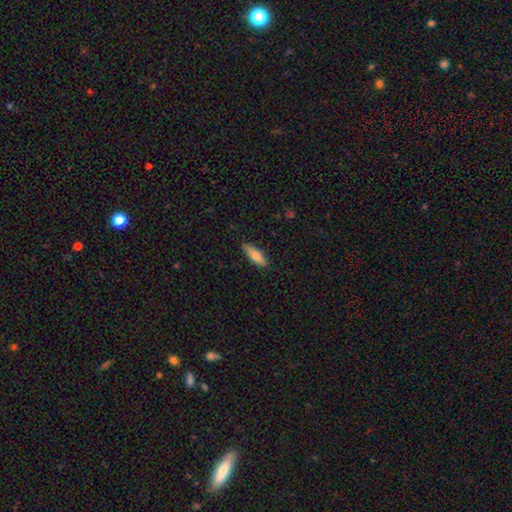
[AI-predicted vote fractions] smooth-or-featured: smooth: 78% | featured or disk: 16% | star or artifact: 6%
  how-rounded: cigar-shaped: 54% | in between: 44% | round: 2%
  merging: none: 85% | minor disturbance: 12% | major disturbance: 2% | merger: 1%